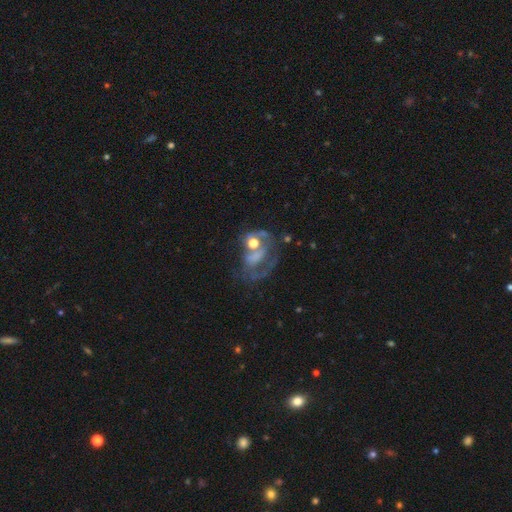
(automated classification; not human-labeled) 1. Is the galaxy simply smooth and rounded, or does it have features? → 64% featured or disk, 18% smooth, 18% star or artifact.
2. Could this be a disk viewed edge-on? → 96% no, 4% yes.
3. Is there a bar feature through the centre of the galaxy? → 65% no, 25% weak, 10% strong.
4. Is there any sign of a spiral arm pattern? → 55% yes, 45% no.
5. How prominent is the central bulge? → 46% moderate, 28% small, 12% none, 10% large, 3% dominant.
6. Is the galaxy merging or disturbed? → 30% major disturbance, 28% none, 28% merger, 13% minor disturbance.